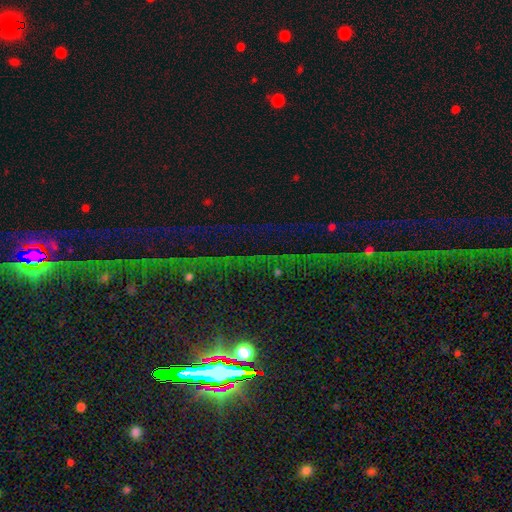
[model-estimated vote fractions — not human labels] Q: Smooth or featured?
A: star or artifact (79%); runner-up: featured or disk (11%)